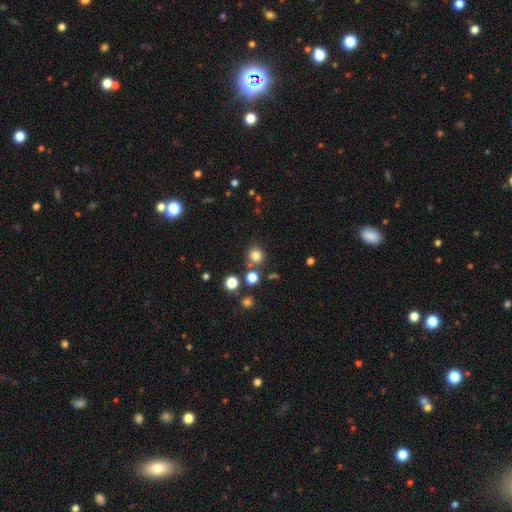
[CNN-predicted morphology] smooth_or_featured: smooth (p=0.79) [alt: star or artifact p=0.15]
how_rounded: round (p=0.92) [alt: in between p=0.07]
merging: none (p=0.79) [alt: merger p=0.11]